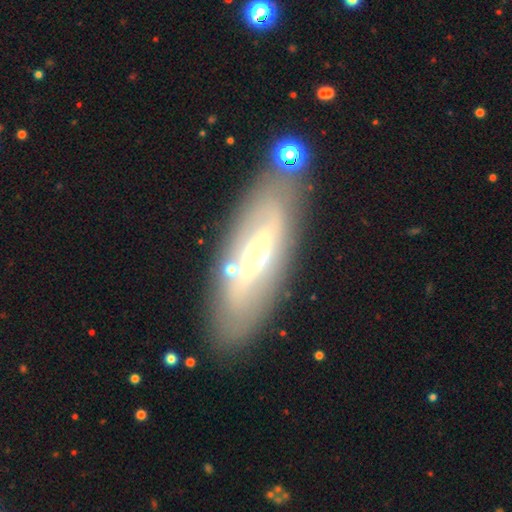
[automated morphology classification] A featured or disk galaxy (68%) with no bar (52%), no spiral arms (63%) and a moderate central bulge (66%). Merging: none (77%).